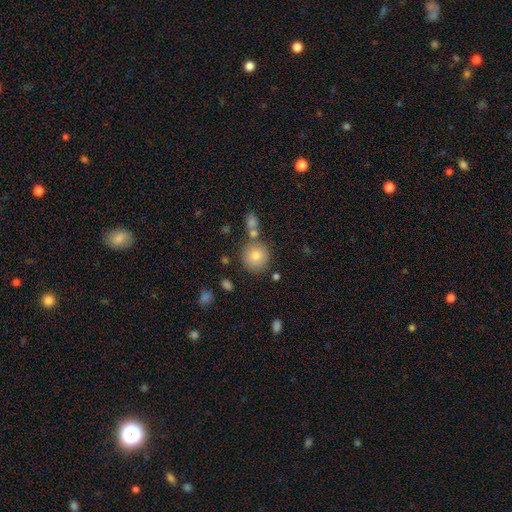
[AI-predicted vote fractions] Smooth or featured? Predicted: smooth (p=0.79). How rounded? Predicted: round (p=0.91). Merging? Predicted: none (p=0.75).